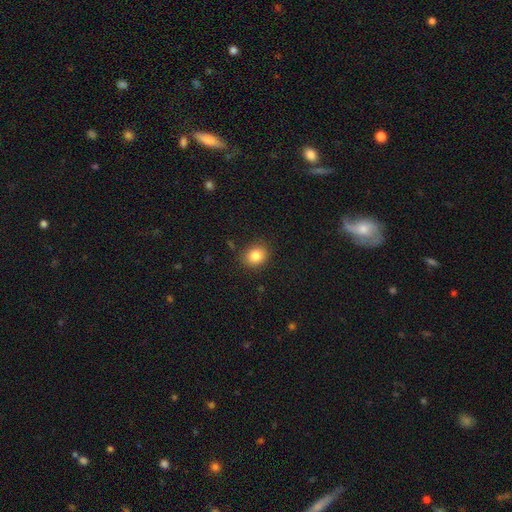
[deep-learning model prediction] smooth-or-featured: smooth: 83% | star or artifact: 10% | featured or disk: 7%
  how-rounded: round: 65% | in between: 34% | cigar-shaped: 1%
  merging: none: 87% | minor disturbance: 9% | major disturbance: 2% | merger: 1%